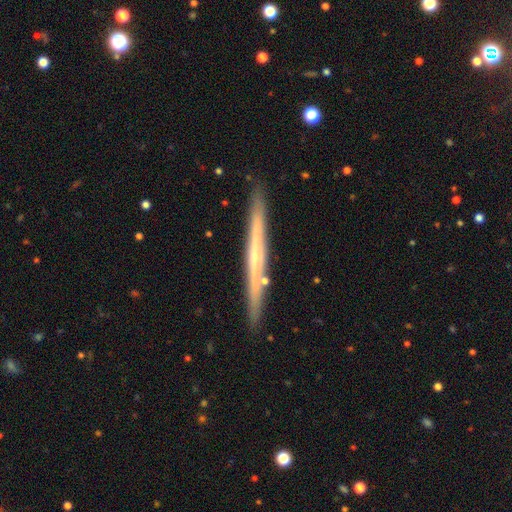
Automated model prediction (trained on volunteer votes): Morphology: type=featured or disk (66%); edge-on=yes (97%); edge-on bulge=none (66%); merging=none (88%).